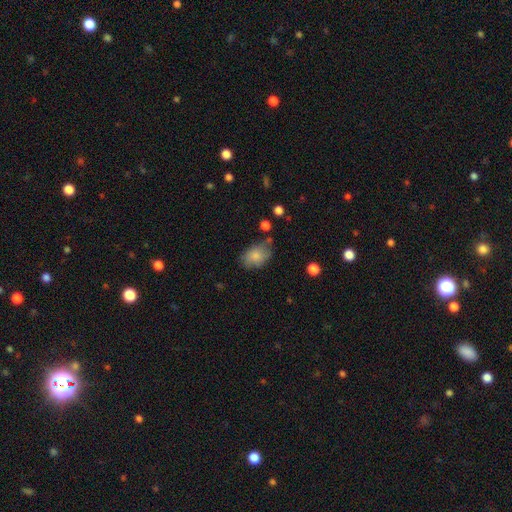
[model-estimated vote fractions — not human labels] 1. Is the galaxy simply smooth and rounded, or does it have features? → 81% smooth, 11% featured or disk, 8% star or artifact.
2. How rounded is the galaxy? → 82% in between, 17% round, 1% cigar-shaped.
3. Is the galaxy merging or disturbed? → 60% none, 27% minor disturbance, 8% major disturbance, 5% merger.